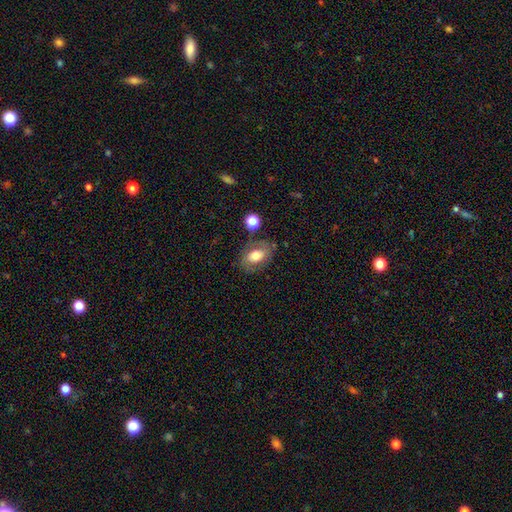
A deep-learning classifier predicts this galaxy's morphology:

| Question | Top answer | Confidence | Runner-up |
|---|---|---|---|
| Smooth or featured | smooth | 61% | featured or disk (29%) |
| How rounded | in between | 82% | round (16%) |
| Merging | none | 69% | minor disturbance (18%) |